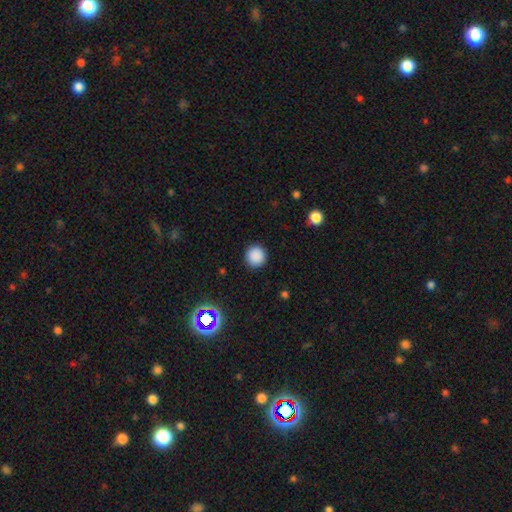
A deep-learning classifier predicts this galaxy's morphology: Overall: smooth (87%). How rounded: round (95%). Merging: none (92%).